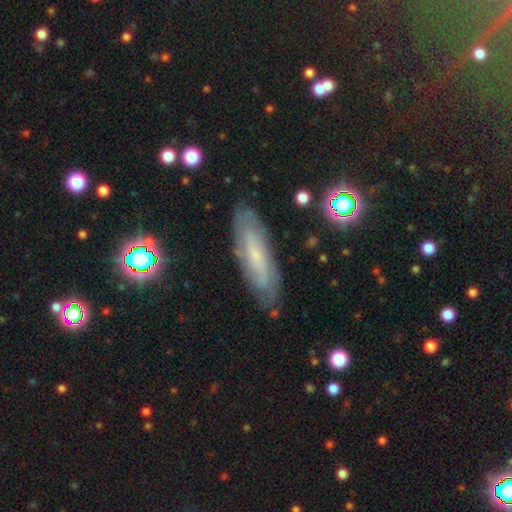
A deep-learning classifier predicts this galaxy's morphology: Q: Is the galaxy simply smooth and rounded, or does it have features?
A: featured or disk — 56%.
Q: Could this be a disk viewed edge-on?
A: no — 69%.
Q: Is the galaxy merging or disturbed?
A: none — 81%.